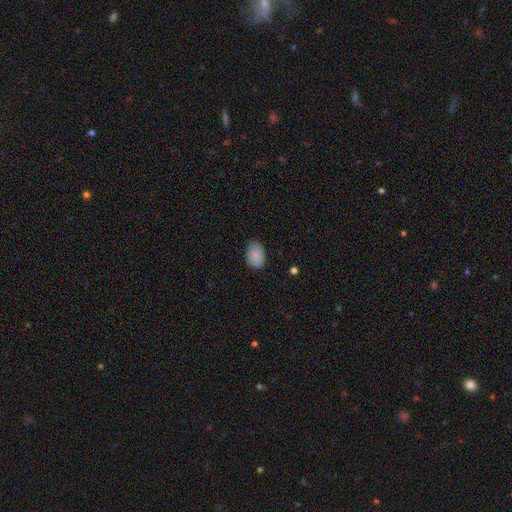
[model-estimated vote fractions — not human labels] The model was most divided on "merging": none: 75%, minor disturbance: 21%, major disturbance: 3%, merger: 1%. More confident: smooth or featured — smooth (85%); how rounded — in between (78%).